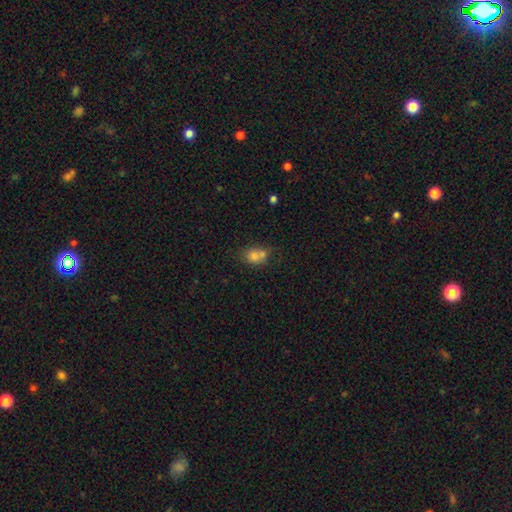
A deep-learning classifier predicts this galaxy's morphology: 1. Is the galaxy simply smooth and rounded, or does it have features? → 75% smooth, 13% featured or disk, 12% star or artifact.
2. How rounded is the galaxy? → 52% round, 46% in between, 1% cigar-shaped.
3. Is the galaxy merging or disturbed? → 45% merger, 39% none, 12% minor disturbance, 5% major disturbance.